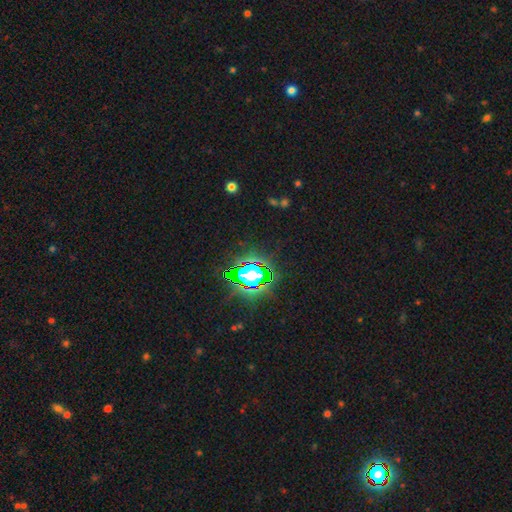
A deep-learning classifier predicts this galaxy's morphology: Overall: star or artifact (75%).